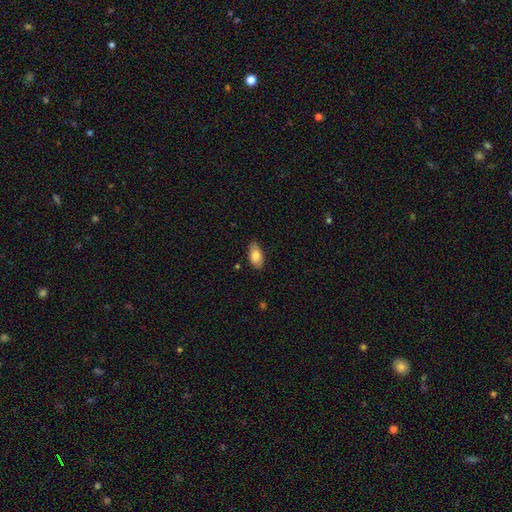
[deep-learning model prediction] Overall: smooth (84%). How rounded: in between (91%). Merging: none (80%).